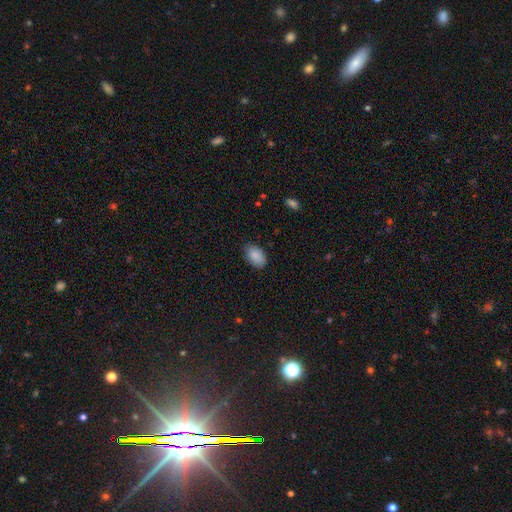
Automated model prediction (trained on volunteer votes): Smooth or featured: smooth — 88% (star or artifact — 7%)
How rounded: in between — 90% (round — 9%)
Merging: none — 83% (minor disturbance — 14%)